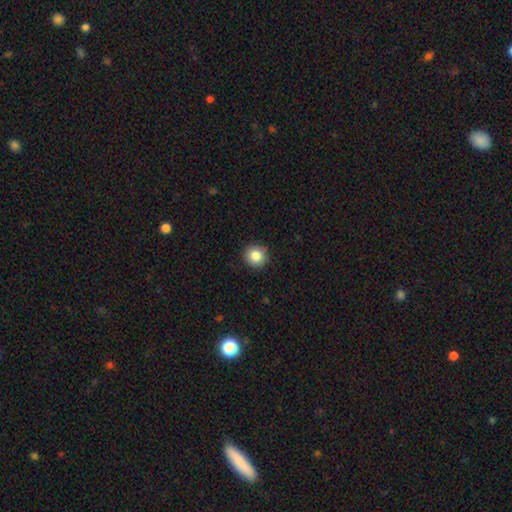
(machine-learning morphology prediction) Smooth or featured? Predicted: smooth (p=0.84). How rounded? Predicted: round (p=0.93). Merging? Predicted: none (p=0.91).